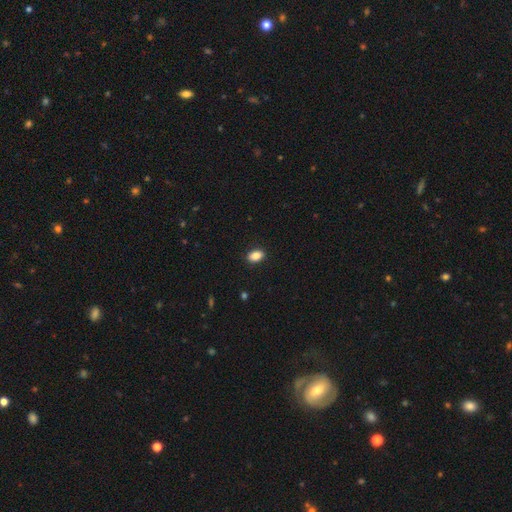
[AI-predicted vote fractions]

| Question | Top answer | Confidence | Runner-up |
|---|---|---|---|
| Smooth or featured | smooth | 88% | star or artifact (8%) |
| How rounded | in between | 87% | round (11%) |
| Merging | none | 89% | minor disturbance (8%) |